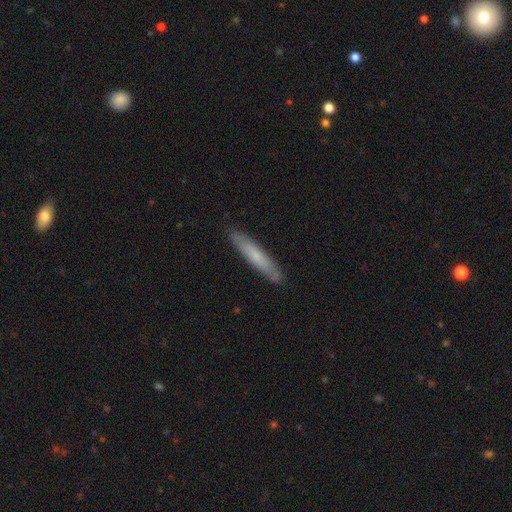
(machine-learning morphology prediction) A smooth galaxy with no disk features (62%) that is cigar-shaped (92%).

Vote fractions:
- Smooth or featured? smooth: 62% / featured or disk: 32% / star or artifact: 6%
- How rounded? cigar-shaped: 92% / in between: 7% / round: 1%
- Merging? none: 87% / minor disturbance: 10% / major disturbance: 2% / merger: 1%